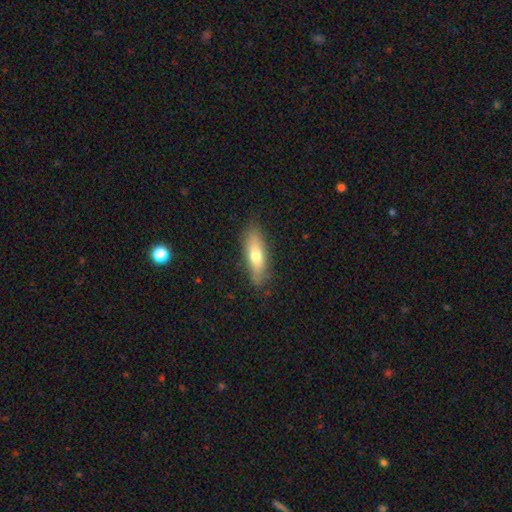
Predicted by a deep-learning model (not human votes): A smooth galaxy with no disk features (67%) that is in between round and cigar-shaped (49%). Merging: none (82%).